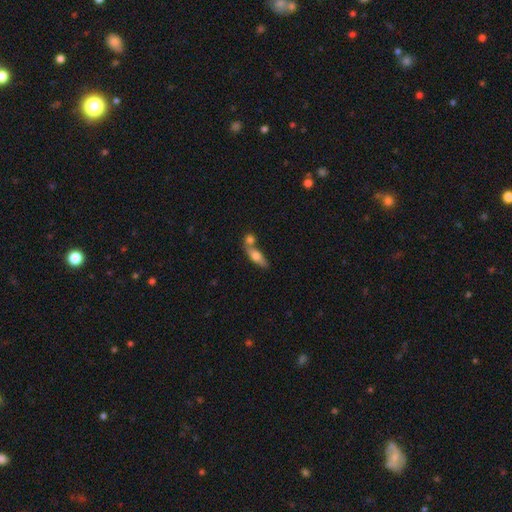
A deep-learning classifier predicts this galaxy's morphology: This is likely a smooth galaxy (67%). How rounded: likely in between (60%). Merging: marginally merger (44%).